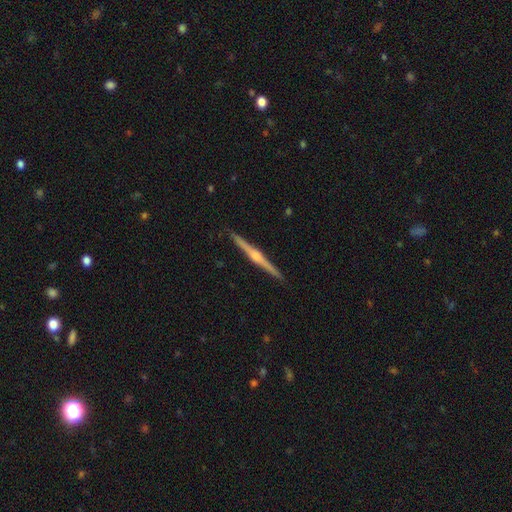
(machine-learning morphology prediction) smooth_or_featured: featured or disk (p=0.82) [alt: smooth p=0.13]
disk_edge_on: yes (p=0.99) [alt: no p=0.01]
edge_on_bulge: rounded (p=0.85) [alt: boxy p=0.08]
merging: none (p=0.92) [alt: minor disturbance p=0.05]